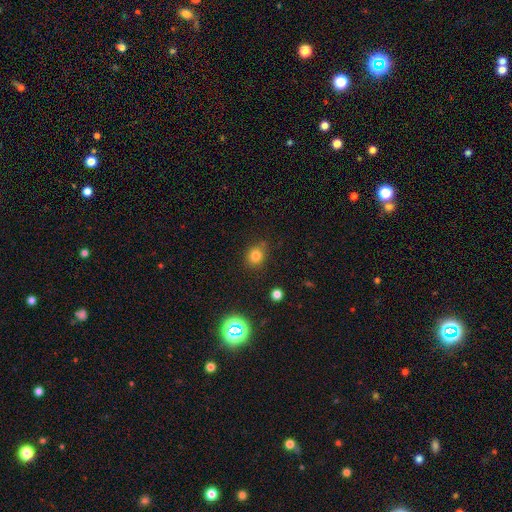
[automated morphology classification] This is likely a smooth galaxy (79%). How rounded: likely round (72%). Merging: likely none (80%).